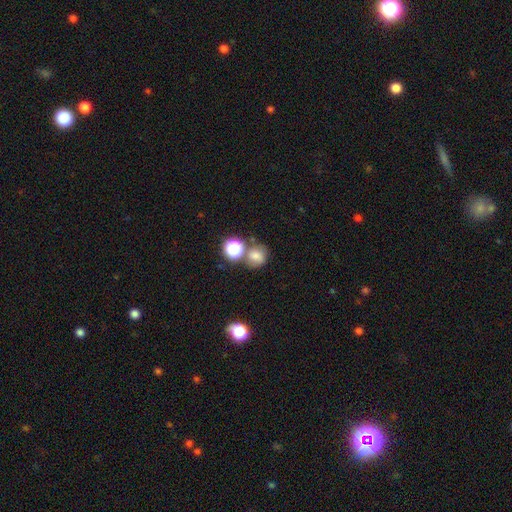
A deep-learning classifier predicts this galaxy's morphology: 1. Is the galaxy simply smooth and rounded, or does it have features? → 69% smooth, 19% star or artifact, 12% featured or disk.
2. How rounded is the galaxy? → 76% round, 23% in between, 1% cigar-shaped.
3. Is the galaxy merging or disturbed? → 58% none, 22% merger, 13% minor disturbance, 6% major disturbance.